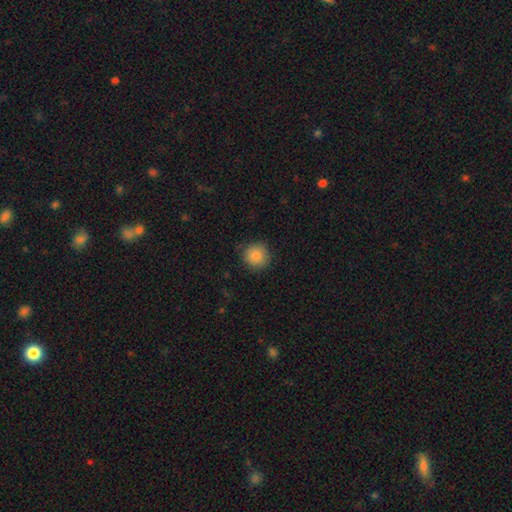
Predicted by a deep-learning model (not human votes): A smooth galaxy with no disk features (87%) that is round (93%).

Vote fractions:
- Smooth or featured? smooth: 87% / star or artifact: 9% / featured or disk: 4%
- How rounded? round: 93% / in between: 6% / cigar-shaped: 1%
- Merging? none: 85% / minor disturbance: 11% / major disturbance: 3% / merger: 1%